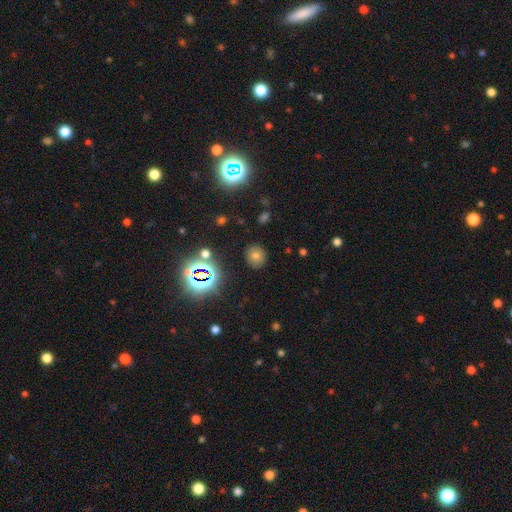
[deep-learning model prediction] A smooth galaxy with no disk features (59%) that is round (75%). Merging: none (86%).